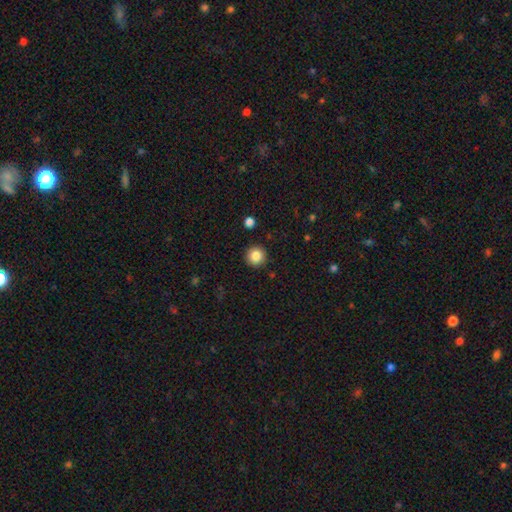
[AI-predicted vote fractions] This appears to be a smooth galaxy with no disk features (85%) that is round (96%). Merging: none (92%).